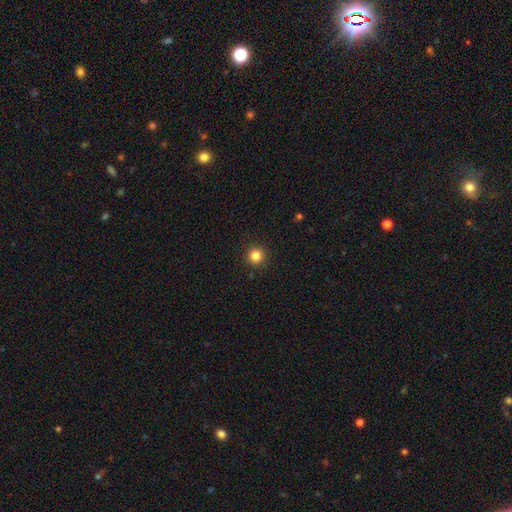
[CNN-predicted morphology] A smooth galaxy with no disk features (84%) that is round (95%).

Vote fractions:
- Smooth or featured? smooth: 84% / star or artifact: 11% / featured or disk: 4%
- How rounded? round: 95% / in between: 4% / cigar-shaped: 1%
- Merging? none: 93% / minor disturbance: 5% / major disturbance: 2% / merger: 1%